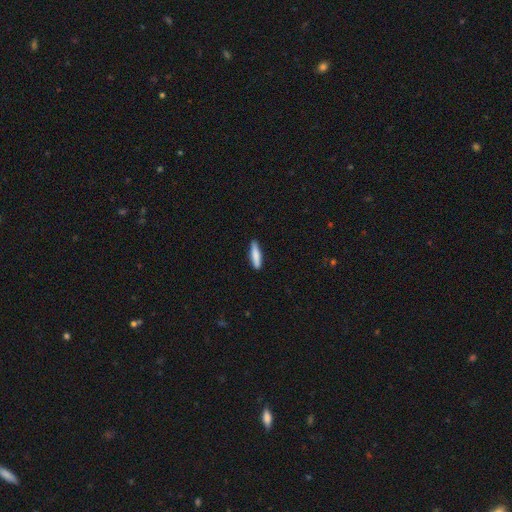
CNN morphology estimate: This is clearly a smooth galaxy (82%). How rounded: clearly cigar-shaped (81%). Merging: clearly none (87%).